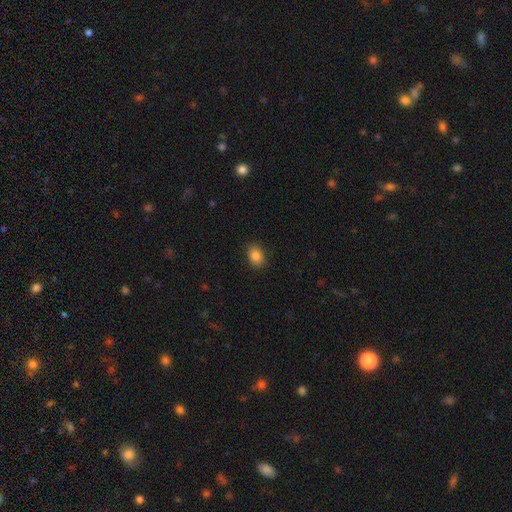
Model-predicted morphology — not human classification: Overall: smooth (86%). How rounded: in between (76%). Merging: none (88%).